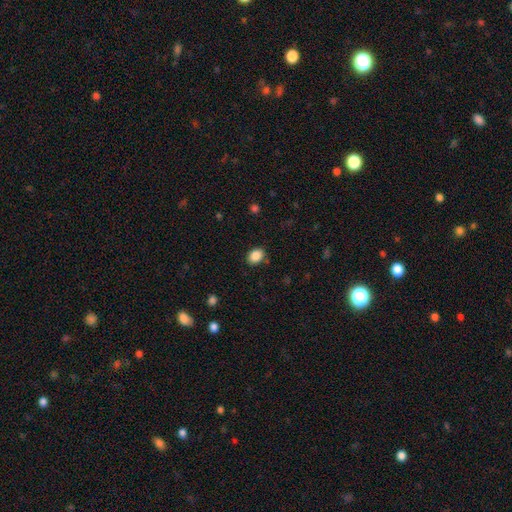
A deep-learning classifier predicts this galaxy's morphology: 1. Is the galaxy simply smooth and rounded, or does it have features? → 88% smooth, 9% star or artifact, 4% featured or disk.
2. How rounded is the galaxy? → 67% in between, 32% round, 1% cigar-shaped.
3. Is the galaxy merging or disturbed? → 84% none, 12% minor disturbance, 3% major disturbance, 2% merger.